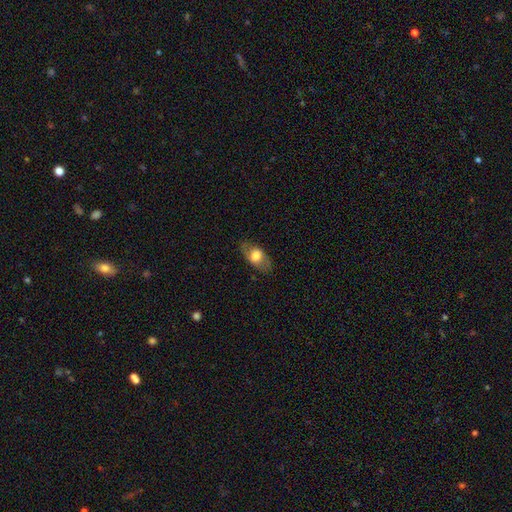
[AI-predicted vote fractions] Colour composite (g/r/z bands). It shows a smooth galaxy with no disk features (56%) that is in between round and cigar-shaped (83%). Merging: none (80%).